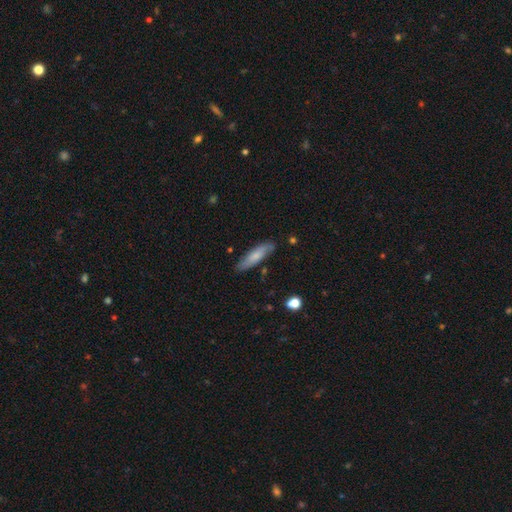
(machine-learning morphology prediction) smooth 67%, featured or disk 27%, star or artifact 6%. Down the decision tree: how rounded — cigar-shaped (68%); merging — none (82%).